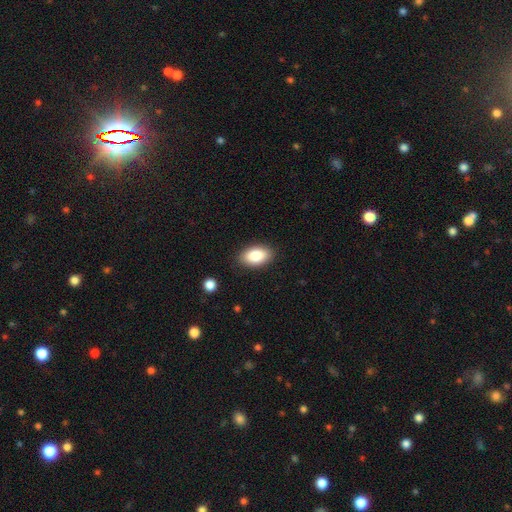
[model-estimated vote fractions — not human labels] The model was most divided on "merging": none: 87%, minor disturbance: 9%, major disturbance: 2%, merger: 1%. More confident: how rounded — in between (93%); smooth or featured — smooth (86%).